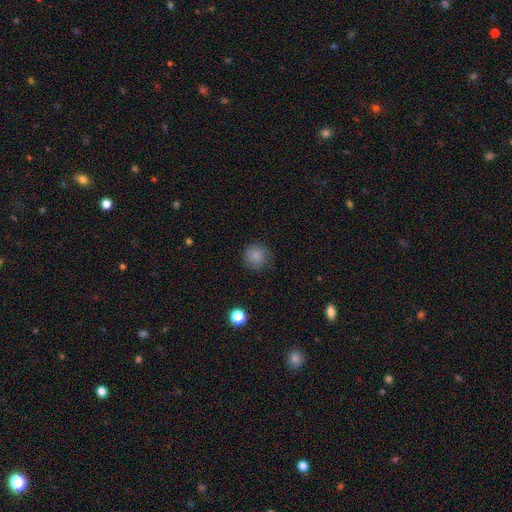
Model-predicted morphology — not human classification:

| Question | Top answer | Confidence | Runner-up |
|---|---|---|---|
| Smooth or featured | smooth | 85% | star or artifact (10%) |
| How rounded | round | 93% | in between (6%) |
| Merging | none | 83% | minor disturbance (13%) |